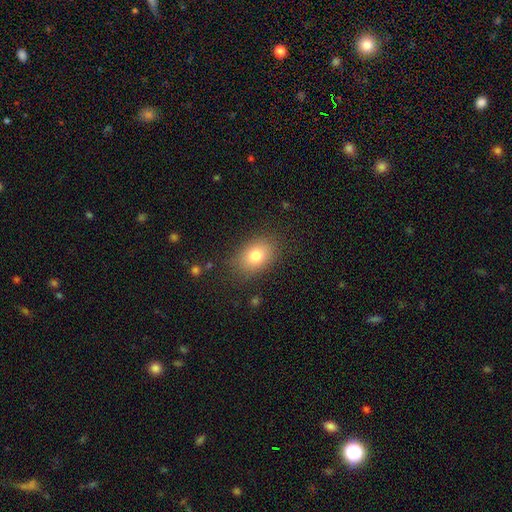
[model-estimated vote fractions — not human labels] Overall: smooth (78%). How rounded: in between (77%). Merging: none (82%).